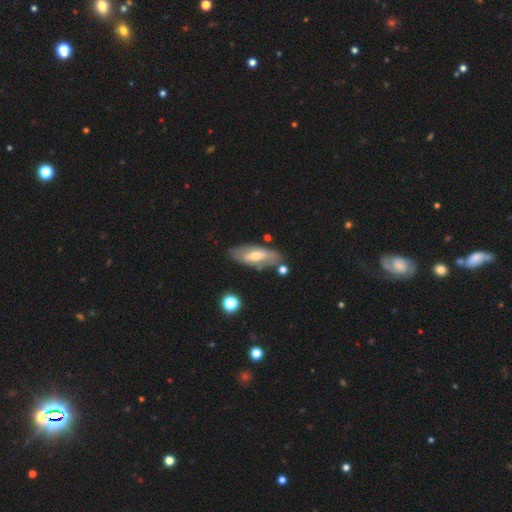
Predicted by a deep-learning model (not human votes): Smooth or featured?
  - featured or disk: 57% *
  - smooth: 36%
  - star or artifact: 6%
Edge-on disk?
  - no: 75% *
  - yes: 25%
Merging?
  - none: 75% *
  - minor disturbance: 16%
  - merger: 5%
  - major disturbance: 4%